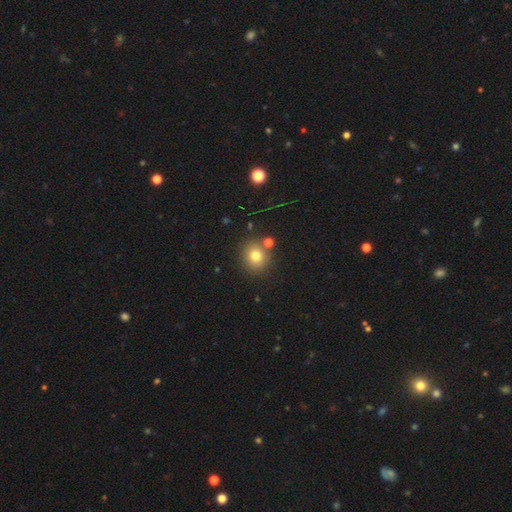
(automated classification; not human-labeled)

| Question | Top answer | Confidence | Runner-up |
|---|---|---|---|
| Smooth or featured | smooth | 77% | star or artifact (14%) |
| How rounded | round | 86% | in between (13%) |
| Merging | none | 80% | merger (9%) |